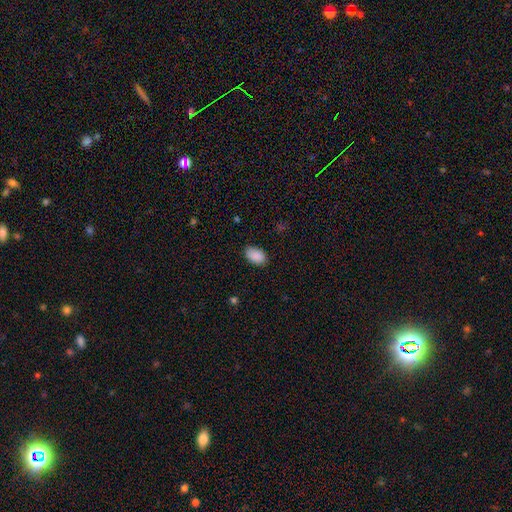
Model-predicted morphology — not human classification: A smooth galaxy with no disk features (90%) that is in between round and cigar-shaped (92%). Merging: none (84%).